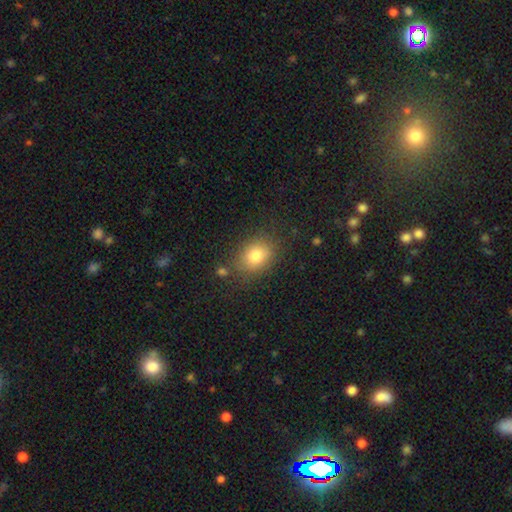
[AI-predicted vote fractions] smooth_or_featured: smooth (p=0.78) [alt: star or artifact p=0.11]
how_rounded: in between (p=0.54) [alt: round p=0.45]
merging: none (p=0.79) [alt: minor disturbance p=0.13]